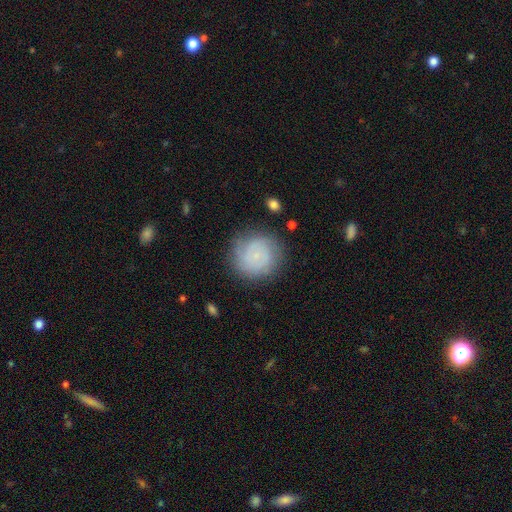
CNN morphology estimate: Smooth or featured: smooth — 51% (featured or disk — 40%)
How rounded: round — 90% (in between — 9%)
Merging: none — 77% (minor disturbance — 15%)